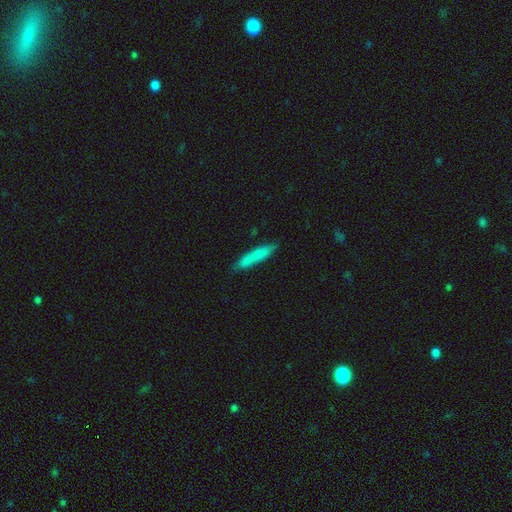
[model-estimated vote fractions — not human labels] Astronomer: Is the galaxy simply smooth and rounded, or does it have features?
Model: smooth — 71%.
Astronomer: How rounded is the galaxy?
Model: cigar-shaped — 88%.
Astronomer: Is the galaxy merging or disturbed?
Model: none — 75%.